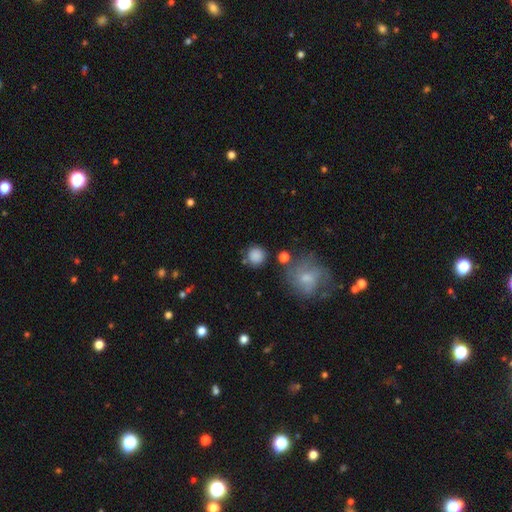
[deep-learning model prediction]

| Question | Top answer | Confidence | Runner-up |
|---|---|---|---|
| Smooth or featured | smooth | 84% | star or artifact (10%) |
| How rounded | round | 92% | in between (7%) |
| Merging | none | 76% | minor disturbance (11%) |